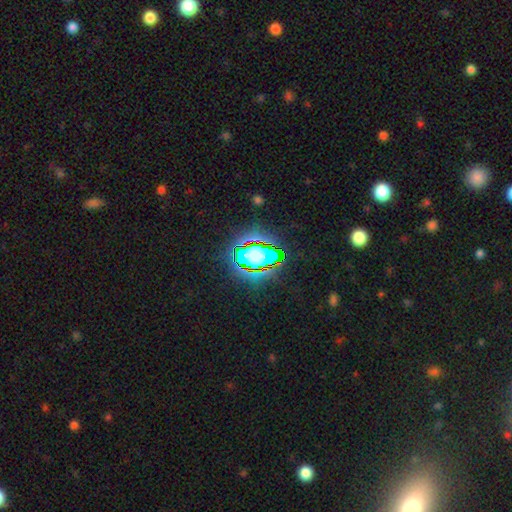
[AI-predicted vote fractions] smooth-or-featured: star or artifact: 57% | smooth: 25% | featured or disk: 18%